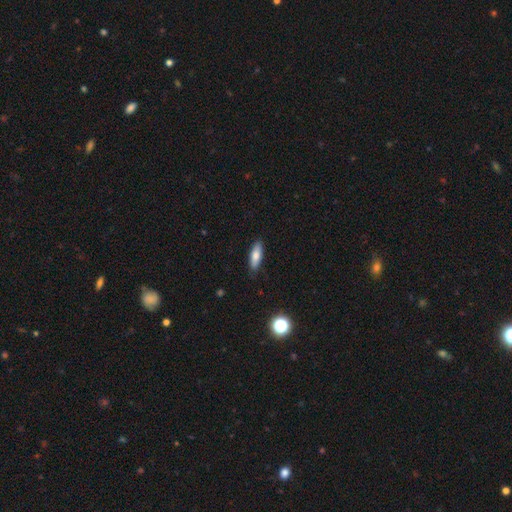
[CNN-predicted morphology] smooth-or-featured: smooth: 78% | featured or disk: 15% | star or artifact: 7%
  how-rounded: in between: 55% | cigar-shaped: 43% | round: 2%
  merging: none: 86% | minor disturbance: 11% | major disturbance: 2% | merger: 1%